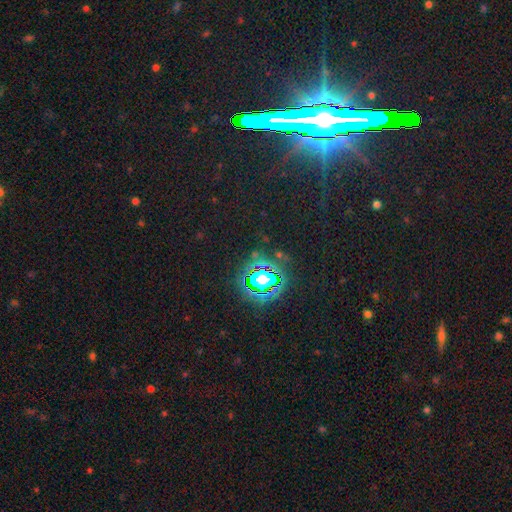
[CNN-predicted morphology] This appears to be a star or artifact, not a galaxy (78%).